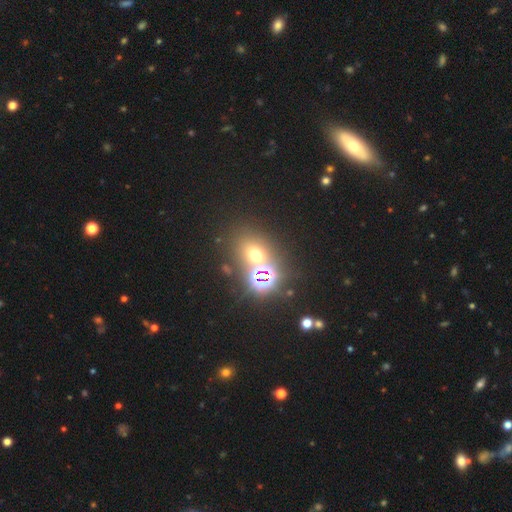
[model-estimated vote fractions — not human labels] Smooth or featured? Predicted: smooth (p=0.46). Merging? Predicted: none (p=0.64).